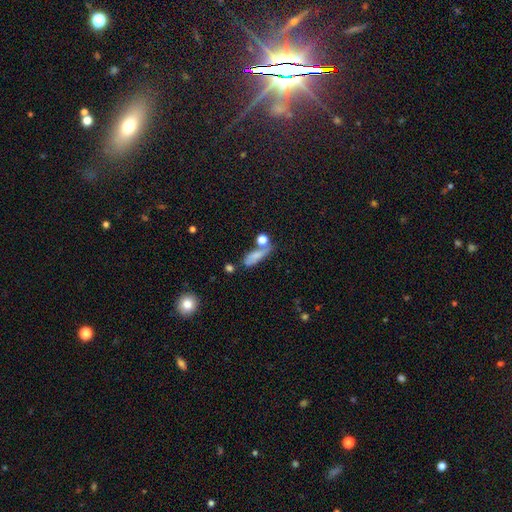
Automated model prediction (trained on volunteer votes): Smooth or featured? smooth (69%)
How rounded? in between (49%)
Merging? none (40%)